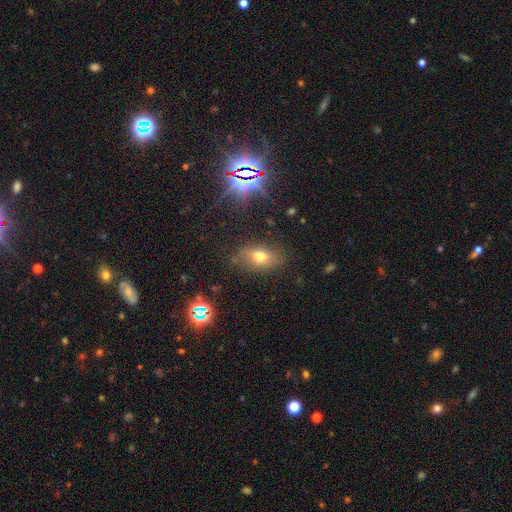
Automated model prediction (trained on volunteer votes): A smooth galaxy with no disk features (62%) that is in between round and cigar-shaped (84%).

Vote fractions:
- Smooth or featured? smooth: 62% / star or artifact: 22% / featured or disk: 17%
- How rounded? in between: 84% / round: 12% / cigar-shaped: 4%
- Merging? none: 79% / minor disturbance: 14% / major disturbance: 5% / merger: 2%